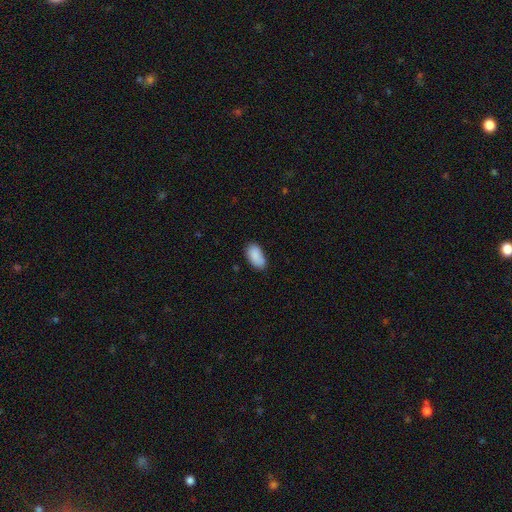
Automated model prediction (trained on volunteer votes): Smooth or featured?
  - smooth: 88% *
  - star or artifact: 7%
  - featured or disk: 5%
How rounded?
  - in between: 94% *
  - cigar-shaped: 3%
  - round: 3%
Merging?
  - none: 73% *
  - minor disturbance: 22%
  - major disturbance: 4%
  - merger: 2%